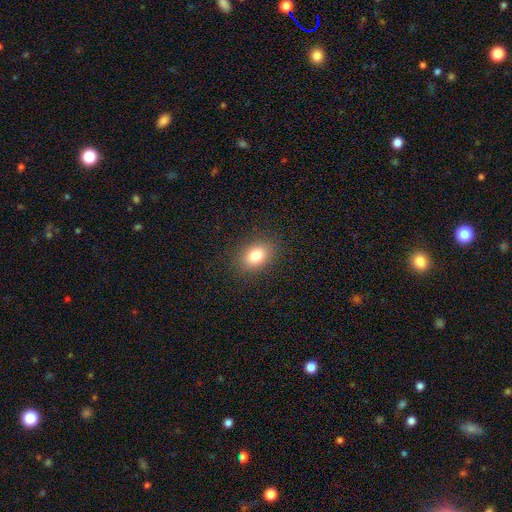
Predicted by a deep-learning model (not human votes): Smooth or featured? Predicted: smooth (p=0.82). How rounded? Predicted: in between (p=0.78). Merging? Predicted: none (p=0.87).